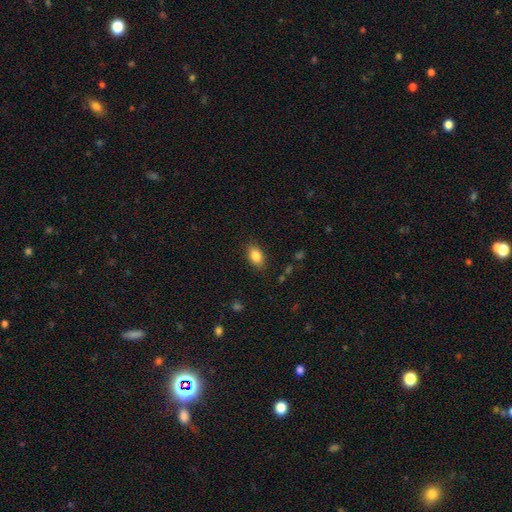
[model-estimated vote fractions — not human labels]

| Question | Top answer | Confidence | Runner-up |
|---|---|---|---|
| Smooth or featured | smooth | 86% | star or artifact (8%) |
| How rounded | in between | 87% | round (11%) |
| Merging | none | 86% | minor disturbance (10%) |